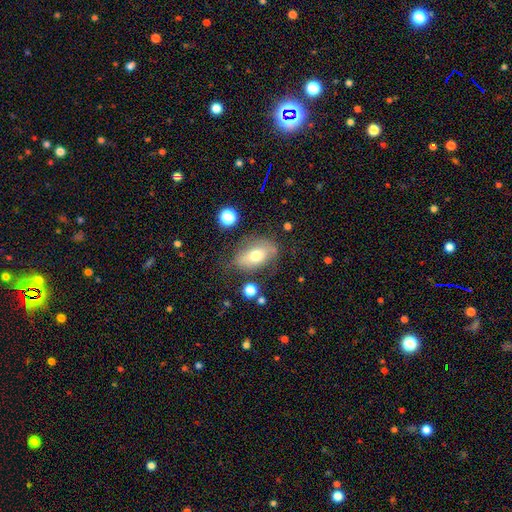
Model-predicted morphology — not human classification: A smooth galaxy with no disk features (59%) that is in between round and cigar-shaped (83%).

Vote fractions:
- Smooth or featured? smooth: 59% / featured or disk: 31% / star or artifact: 9%
- How rounded? in between: 83% / round: 14% / cigar-shaped: 2%
- Merging? none: 57% / minor disturbance: 25% / major disturbance: 13% / merger: 5%